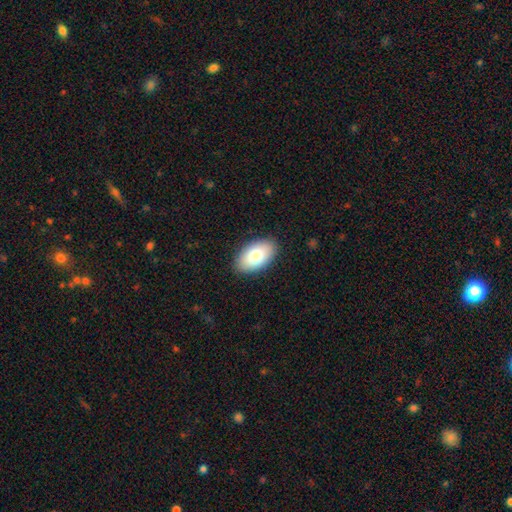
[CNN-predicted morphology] The model was most divided on "smooth or featured": smooth: 77%, featured or disk: 16%, star or artifact: 7%. More confident: how rounded — in between (94%); merging — none (88%).